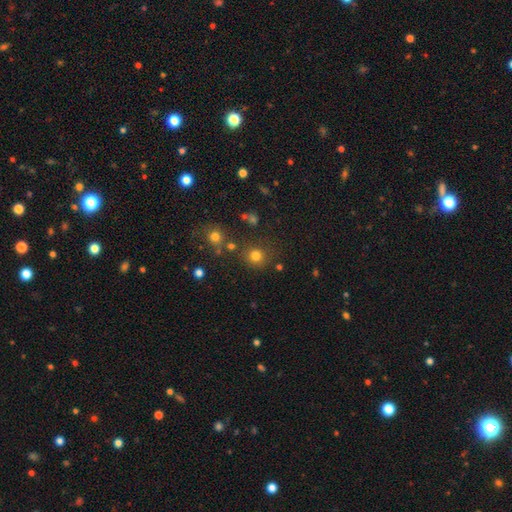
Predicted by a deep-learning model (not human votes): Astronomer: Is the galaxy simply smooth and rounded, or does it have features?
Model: smooth — 76%.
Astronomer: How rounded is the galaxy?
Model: round — 90%.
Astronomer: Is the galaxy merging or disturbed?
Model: none — 78%.